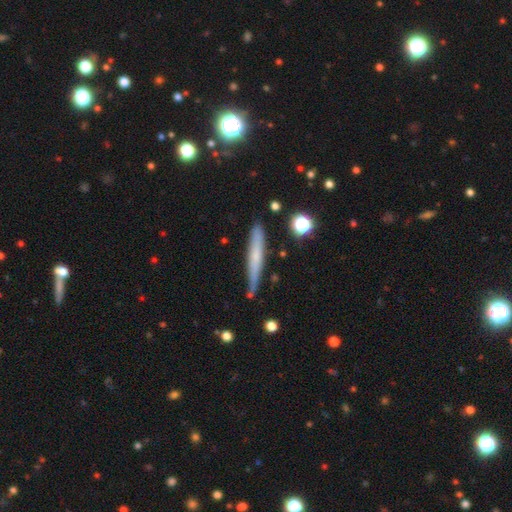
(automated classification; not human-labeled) Morphology: type=smooth (49%); merging=none (79%).